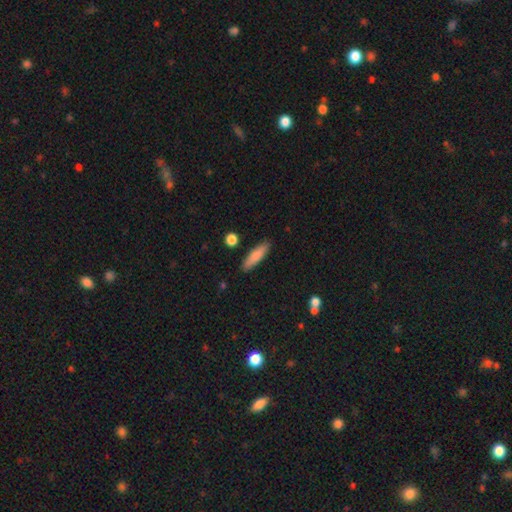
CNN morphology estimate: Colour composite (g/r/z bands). It shows a smooth galaxy with no disk features (80%) that is cigar-shaped (71%). Merging: none (87%).